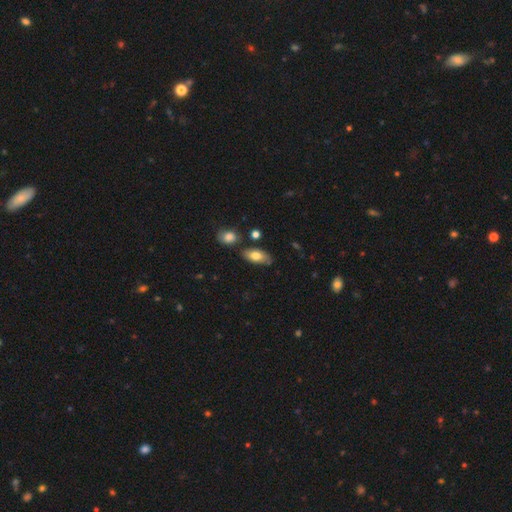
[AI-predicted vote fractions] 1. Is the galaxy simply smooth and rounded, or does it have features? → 75% smooth, 19% featured or disk, 7% star or artifact.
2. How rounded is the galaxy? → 89% in between, 7% cigar-shaped, 3% round.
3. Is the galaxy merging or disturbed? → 75% none, 16% minor disturbance, 6% merger, 3% major disturbance.